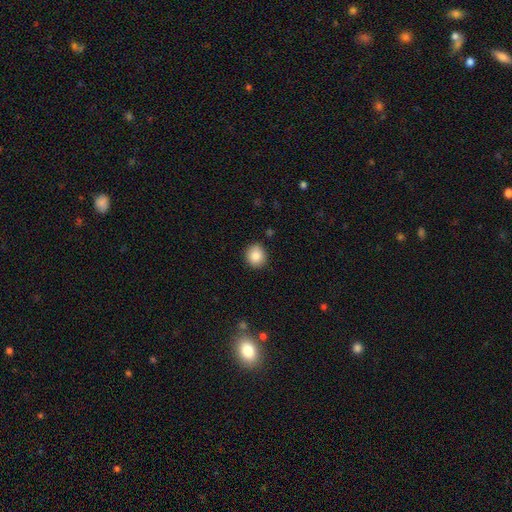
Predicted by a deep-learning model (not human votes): smooth_or_featured: smooth (p=0.86) [alt: star or artifact p=0.09]
how_rounded: round (p=0.84) [alt: in between p=0.15]
merging: none (p=0.88) [alt: minor disturbance p=0.09]